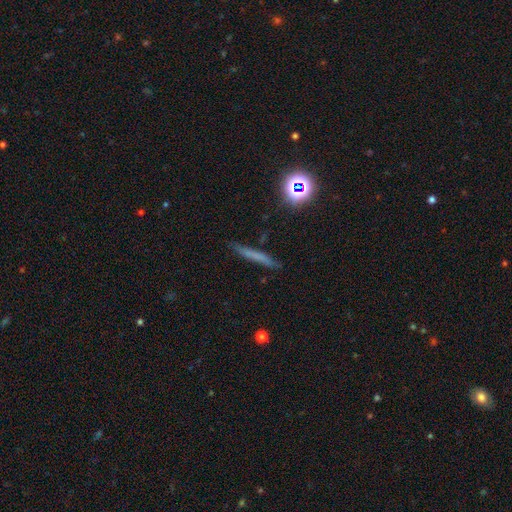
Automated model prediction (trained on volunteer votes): Overall: smooth (56%; featured or disk 30%). How rounded: cigar-shaped (93%). Merging: none (85%).